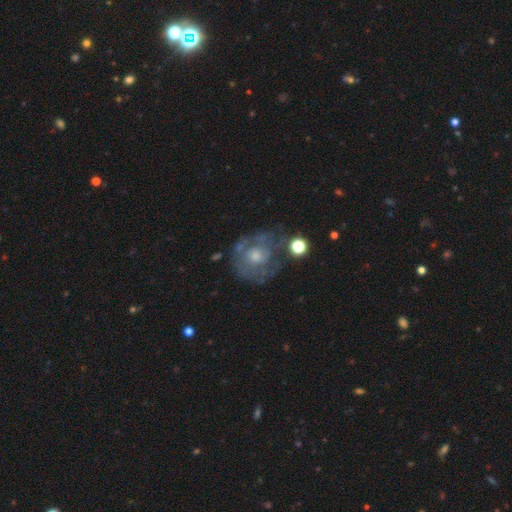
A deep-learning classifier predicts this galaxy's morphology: smooth_or_featured: featured or disk (p=0.66) [alt: smooth p=0.23]
disk_edge_on: no (p=0.97) [alt: yes p=0.03]
bar: no (p=0.83) [alt: weak p=0.14]
has_spiral_arms: yes (p=0.56) [alt: no p=0.44]
bulge_size: moderate (p=0.50) [alt: small p=0.40]
merging: none (p=0.61) [alt: minor disturbance p=0.19]